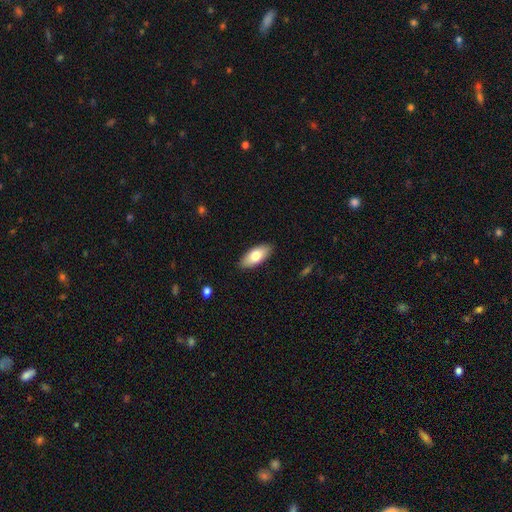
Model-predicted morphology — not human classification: Smooth or featured?
  - smooth: 76% *
  - featured or disk: 18%
  - star or artifact: 6%
How rounded?
  - in between: 86% *
  - cigar-shaped: 12%
  - round: 2%
Merging?
  - none: 88% *
  - minor disturbance: 9%
  - major disturbance: 2%
  - merger: 1%